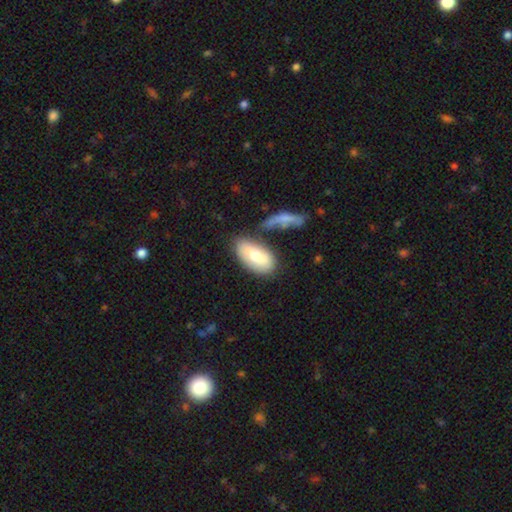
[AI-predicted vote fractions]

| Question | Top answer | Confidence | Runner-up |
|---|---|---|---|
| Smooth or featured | smooth | 63% | featured or disk (32%) |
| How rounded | in between | 89% | cigar-shaped (8%) |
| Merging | none | 60% | minor disturbance (18%) |